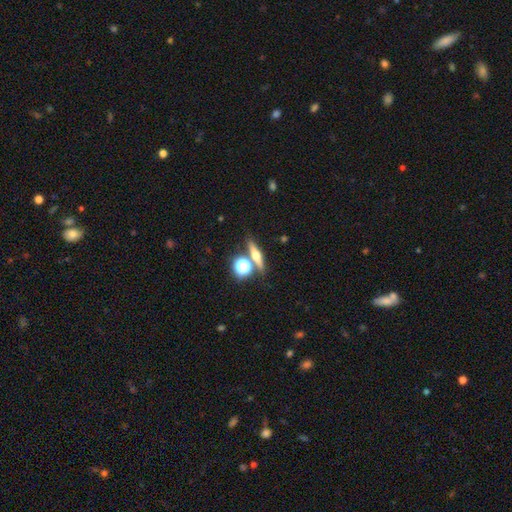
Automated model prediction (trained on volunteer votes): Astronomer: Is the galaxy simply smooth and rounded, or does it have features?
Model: featured or disk — 49% (runner-up: smooth, 37%).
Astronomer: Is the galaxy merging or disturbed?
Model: none — 76%.